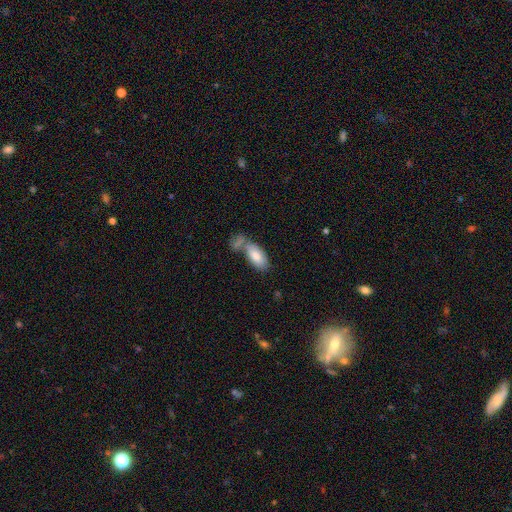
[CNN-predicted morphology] This appears to be a smooth galaxy with no disk features (80%) that is in between round and cigar-shaped (90%). Merging: none (44%).